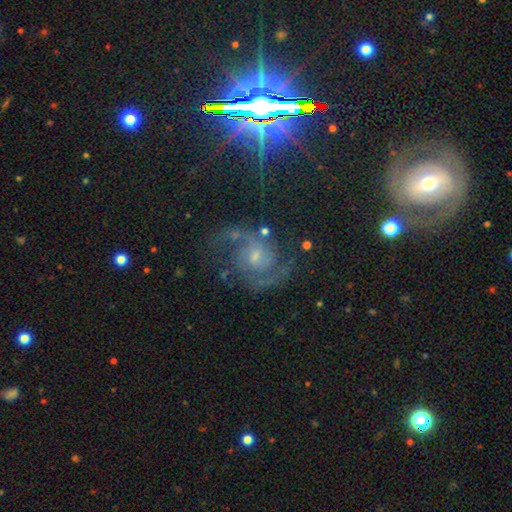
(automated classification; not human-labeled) A featured or disk galaxy (83%) with no bar (60%), 2 (89%) medium (60%) spiral arms (98%) and a small central bulge (53%).

Vote fractions:
- Smooth or featured? featured or disk: 83% / star or artifact: 12% / smooth: 5%
- Edge-on disk? no: 98% / yes: 2%
- Bar? no: 60% / weak: 34% / strong: 6%
- Spiral arms? yes: 98% / no: 2%
- Spiral winding? medium: 60% / tight: 23% / loose: 17%
- Spiral arm count? 2: 89% / can't tell: 3% / 3: 3% / 1: 2% / 4: 2% / more than 4: 2%
- Bulge size? small: 53% / moderate: 37% / none: 5% / large: 3% / dominant: 1%
- Merging? none: 73% / minor disturbance: 15% / major disturbance: 9% / merger: 3%